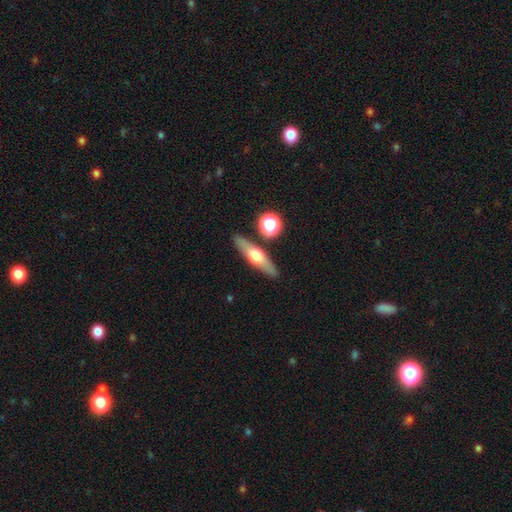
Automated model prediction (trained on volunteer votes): Q: Smooth or featured?
A: featured or disk (57%); runner-up: smooth (36%)
Q: Edge-on disk?
A: yes (91%); runner-up: no (9%)
Q: Edge-on bulge?
A: rounded (93%); runner-up: boxy (4%)
Q: Merging?
A: none (85%); runner-up: minor disturbance (8%)